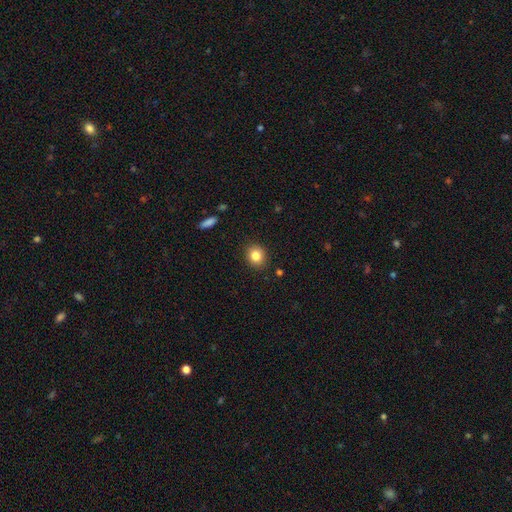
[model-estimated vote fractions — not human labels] Q: Smooth or featured?
A: smooth (83%); runner-up: star or artifact (10%)
Q: How rounded?
A: round (74%); runner-up: in between (25%)
Q: Merging?
A: none (89%); runner-up: minor disturbance (8%)